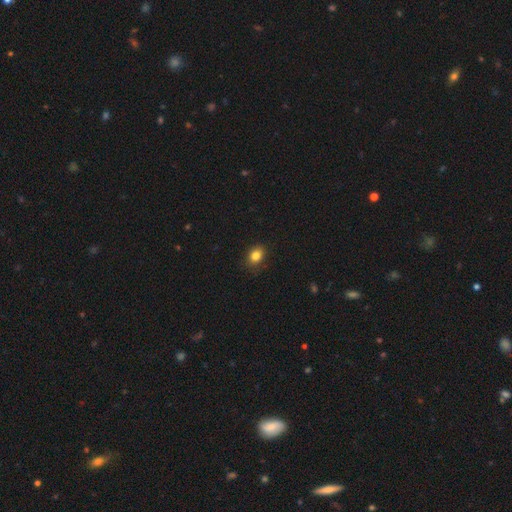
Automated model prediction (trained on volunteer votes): A smooth galaxy with no disk features (84%) that is in between round and cigar-shaped (60%). Merging: none (84%).